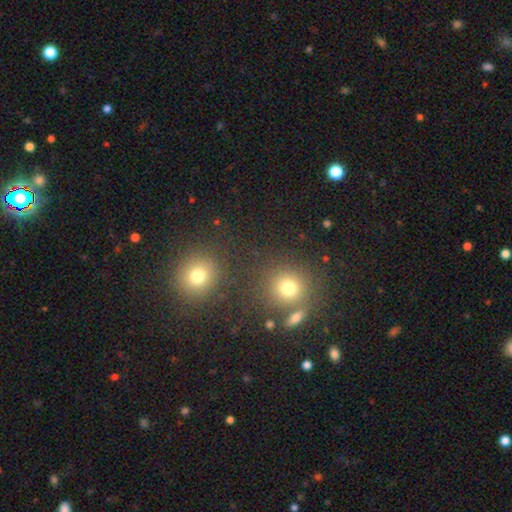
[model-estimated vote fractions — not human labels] A smooth galaxy with no disk features (56%) that is round (90%).

Vote fractions:
- Smooth or featured? smooth: 56% / star or artifact: 36% / featured or disk: 8%
- How rounded? round: 90% / in between: 9% / cigar-shaped: 1%
- Merging? none: 78% / merger: 11% / minor disturbance: 7% / major disturbance: 3%